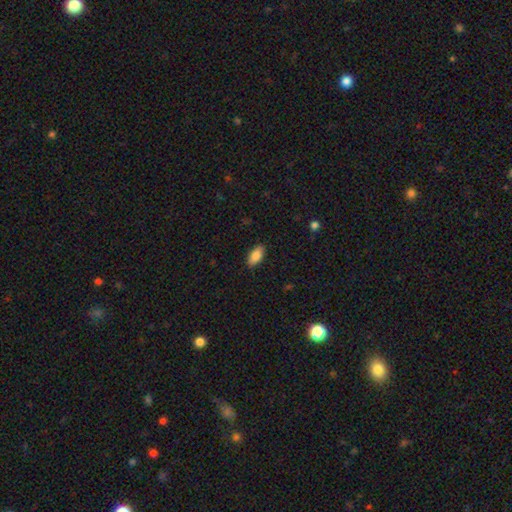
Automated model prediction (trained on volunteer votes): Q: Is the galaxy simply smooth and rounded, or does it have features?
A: smooth — 86%.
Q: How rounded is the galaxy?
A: in between — 90%.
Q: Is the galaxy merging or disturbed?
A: none — 88%.